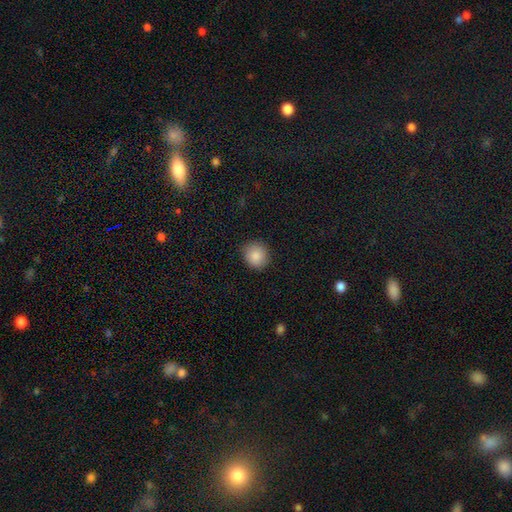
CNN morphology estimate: The model was most divided on "how rounded": round: 87%, in between: 13%, cigar-shaped: 1%. More confident: merging — none (88%); smooth or featured — smooth (87%).